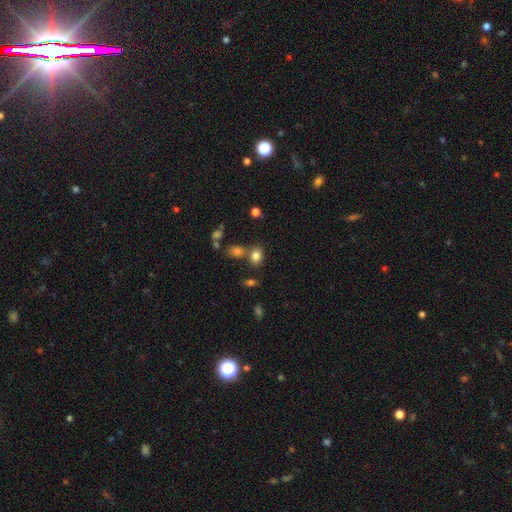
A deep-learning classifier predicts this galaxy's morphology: A smooth galaxy with no disk features (81%) that is in between round and cigar-shaped (70%).

Vote fractions:
- Smooth or featured? smooth: 81% / star or artifact: 12% / featured or disk: 7%
- How rounded? in between: 70% / round: 29% / cigar-shaped: 1%
- Merging? none: 61% / merger: 23% / minor disturbance: 12% / major disturbance: 4%